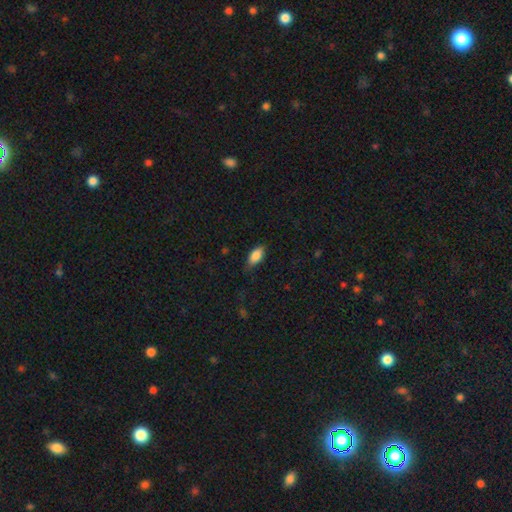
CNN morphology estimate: Smooth or featured?
  - smooth: 85% *
  - featured or disk: 7%
  - star or artifact: 7%
How rounded?
  - in between: 89% *
  - cigar-shaped: 8%
  - round: 3%
Merging?
  - none: 75% *
  - minor disturbance: 20%
  - major disturbance: 4%
  - merger: 1%